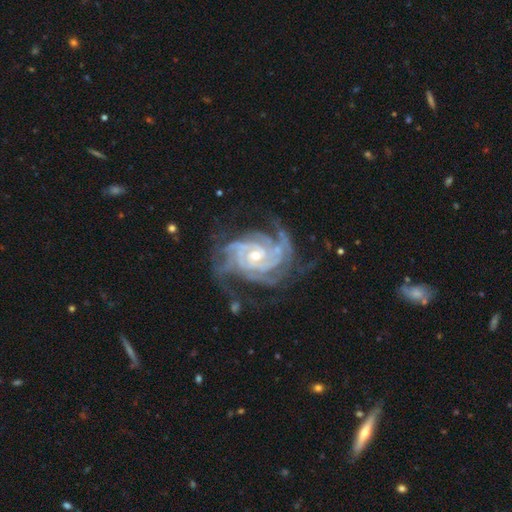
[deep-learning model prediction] Smooth or featured: featured or disk — 92% (star or artifact — 5%)
Edge-on disk: no — 98% (yes — 2%)
Bar: no — 59% (weak — 29%)
Spiral arms: yes — 98% (no — 2%)
Spiral winding: tight — 70% (medium — 26%)
Spiral arm count: 4 — 30% (3 — 24%)
Bulge size: small — 56% (moderate — 41%)
Merging: none — 65% (minor disturbance — 20%)